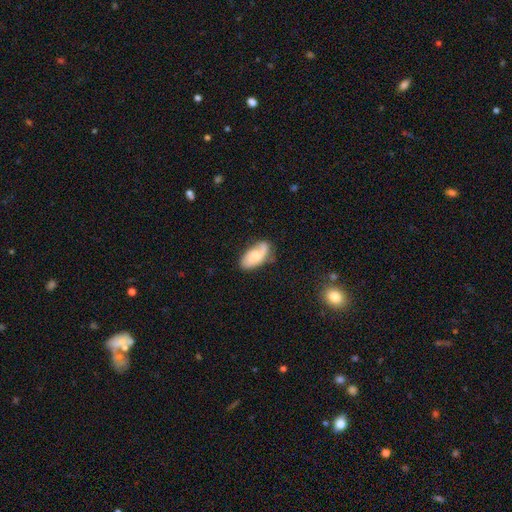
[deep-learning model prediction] Overall: smooth (49%; featured or disk 44%). Merging: none (57%; minor disturbance 29%).